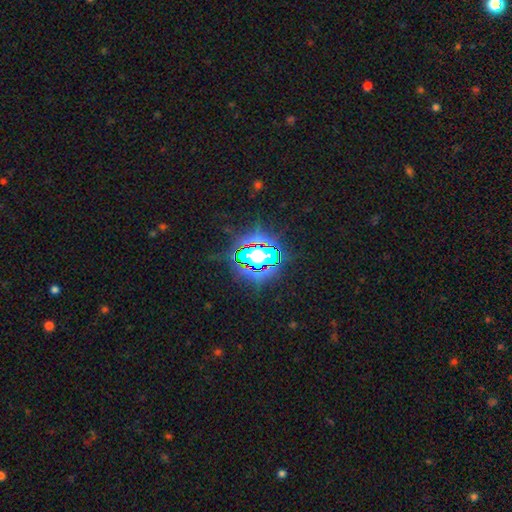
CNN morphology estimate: Smooth or featured? star or artifact (72%)